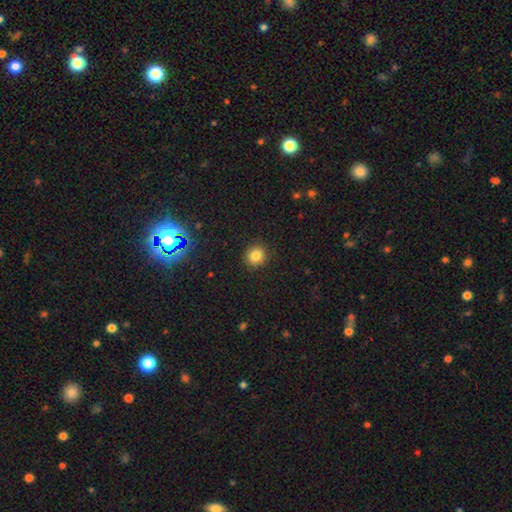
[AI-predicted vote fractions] Smooth or featured? smooth (82%)
How rounded? round (89%)
Merging? none (91%)